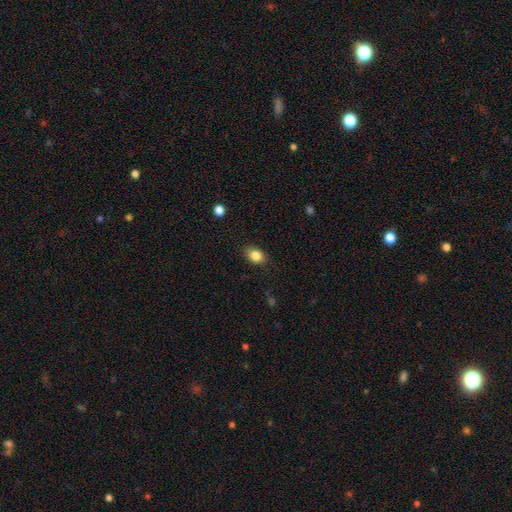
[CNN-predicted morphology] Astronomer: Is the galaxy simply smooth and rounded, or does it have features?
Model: smooth — 84%.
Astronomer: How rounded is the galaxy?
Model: in between — 71%.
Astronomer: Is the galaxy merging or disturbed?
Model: none — 84%.